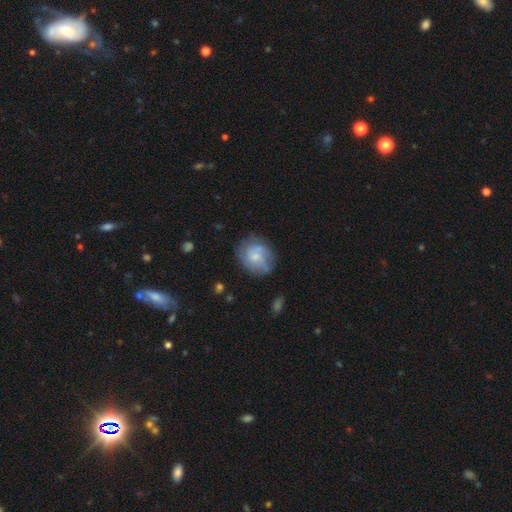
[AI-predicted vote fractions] Smooth or featured?
  - featured or disk: 49% *
  - smooth: 43%
  - star or artifact: 7%
Merging?
  - none: 64% *
  - minor disturbance: 22%
  - major disturbance: 10%
  - merger: 4%